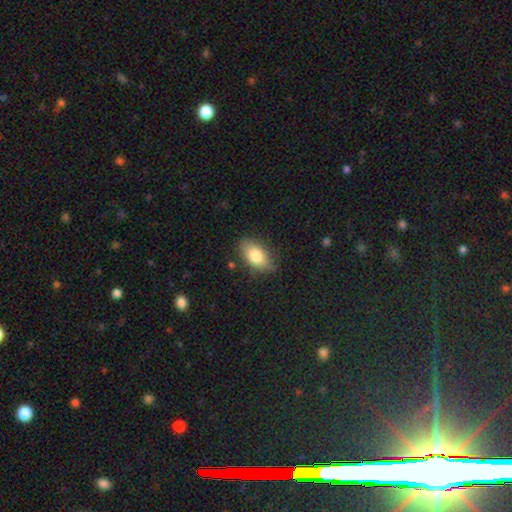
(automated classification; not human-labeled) smooth_or_featured: smooth (p=0.80) [alt: featured or disk p=0.13]
how_rounded: in between (p=0.91) [alt: round p=0.06]
merging: none (p=0.80) [alt: minor disturbance p=0.16]